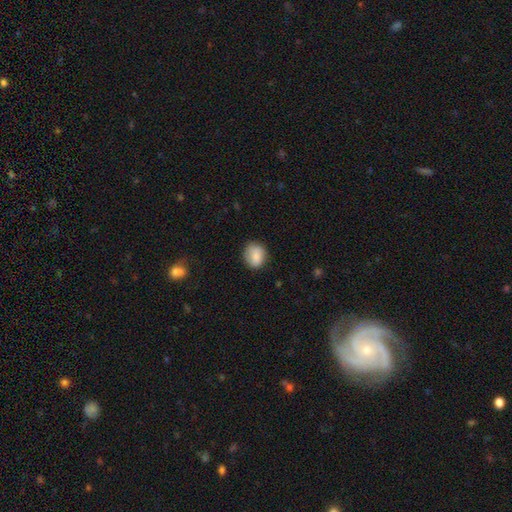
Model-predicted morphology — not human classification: This is clearly a smooth galaxy (86%). How rounded: possibly round (55%). Merging: likely none (77%).